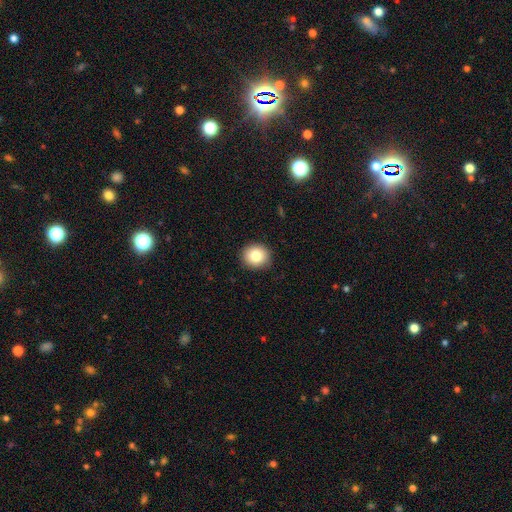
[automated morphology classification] Smooth or featured?
  - smooth: 81% *
  - star or artifact: 10%
  - featured or disk: 9%
How rounded?
  - round: 86% *
  - in between: 13%
  - cigar-shaped: 1%
Merging?
  - none: 91% *
  - minor disturbance: 6%
  - major disturbance: 2%
  - merger: 1%